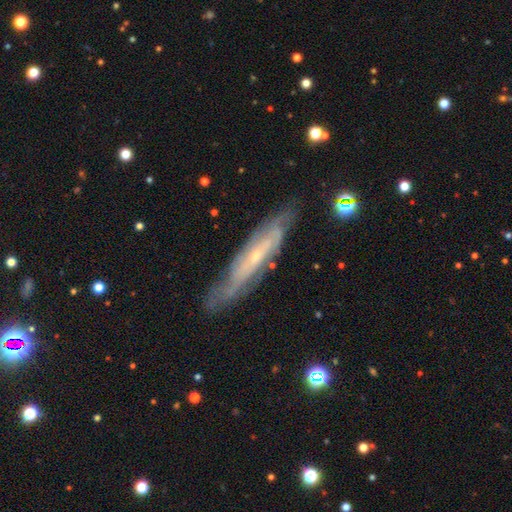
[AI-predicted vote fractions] This appears to be a featured or disk galaxy (77%). Merging: none (77%).